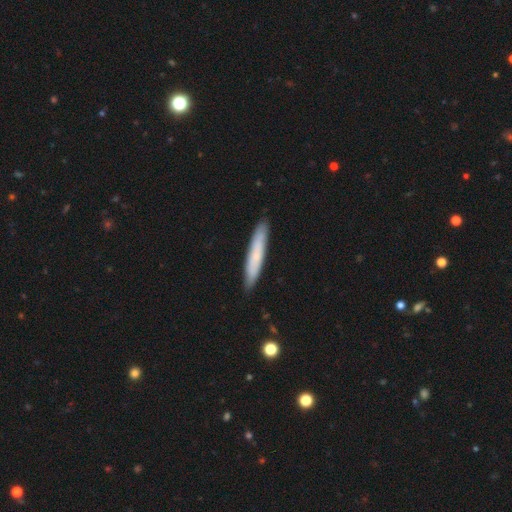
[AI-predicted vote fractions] Smooth or featured: smooth — 66% (featured or disk — 28%)
How rounded: cigar-shaped — 93% (in between — 6%)
Merging: none — 89% (minor disturbance — 8%)